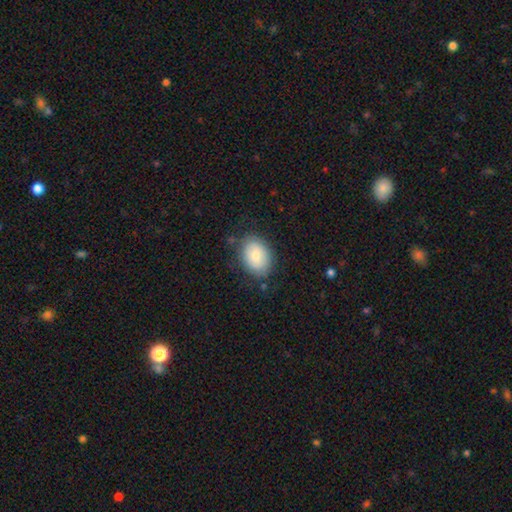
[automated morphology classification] This appears to be a smooth galaxy with no disk features (78%) that is in between round and cigar-shaped (79%). Merging: none (77%).